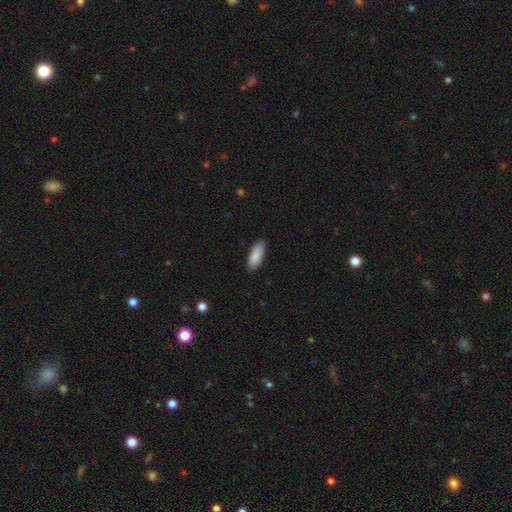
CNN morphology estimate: This is clearly a smooth galaxy (89%). How rounded: likely in between (75%). Merging: clearly none (86%).